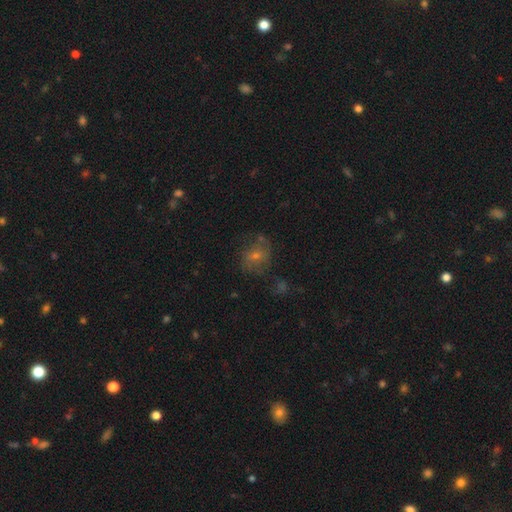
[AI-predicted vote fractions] Morphology: type=smooth (39%); merging=none (66%).